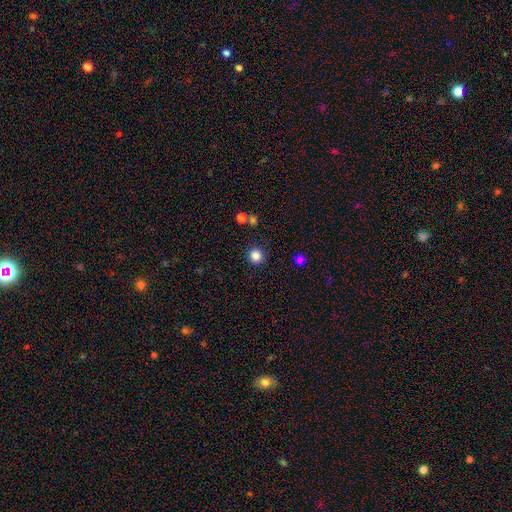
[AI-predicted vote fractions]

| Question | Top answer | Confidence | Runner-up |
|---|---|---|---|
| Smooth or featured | smooth | 85% | star or artifact (12%) |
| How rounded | round | 95% | in between (4%) |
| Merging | none | 90% | minor disturbance (6%) |